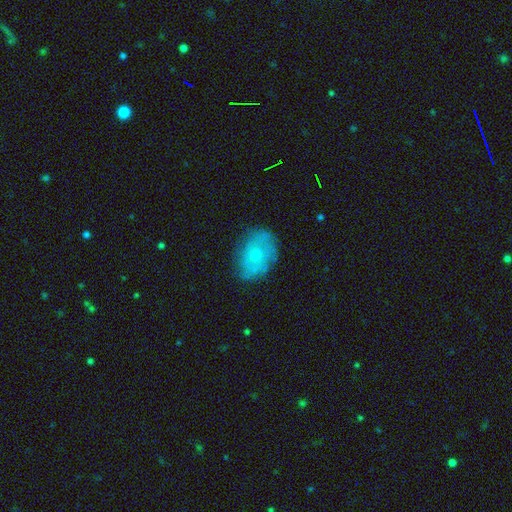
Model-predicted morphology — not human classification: smooth 51%, featured or disk 42%, star or artifact 8%. Down the decision tree: how rounded — in between (76%); merging — none (70%).